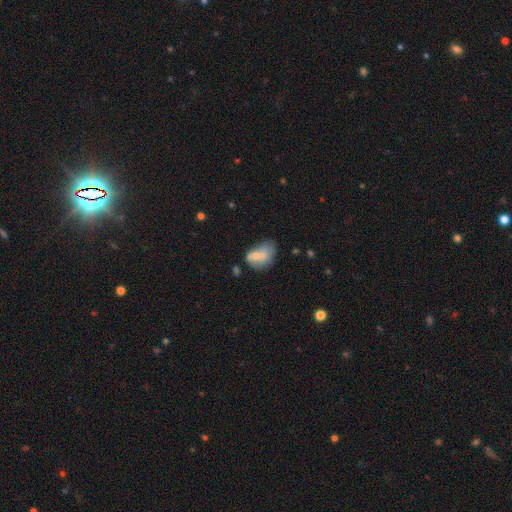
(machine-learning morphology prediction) smooth-or-featured: smooth: 55% | featured or disk: 33% | star or artifact: 12%
  how-rounded: in between: 73% | round: 26% | cigar-shaped: 2%
  merging: merger: 32% | none: 29% | minor disturbance: 23% | major disturbance: 15%